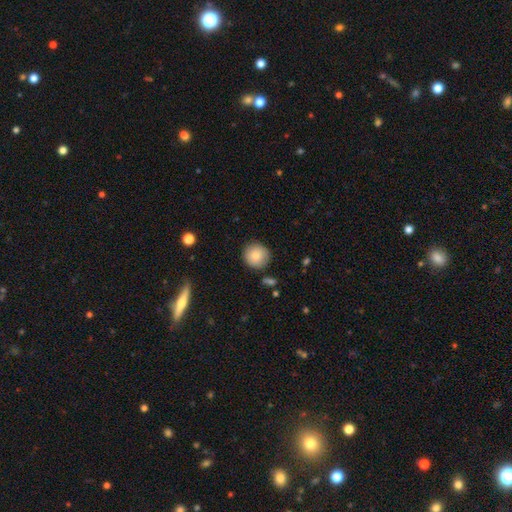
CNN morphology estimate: The model was most divided on "merging": none: 85%, minor disturbance: 10%, major disturbance: 3%, merger: 2%. More confident: how rounded — round (93%); smooth or featured — smooth (85%).